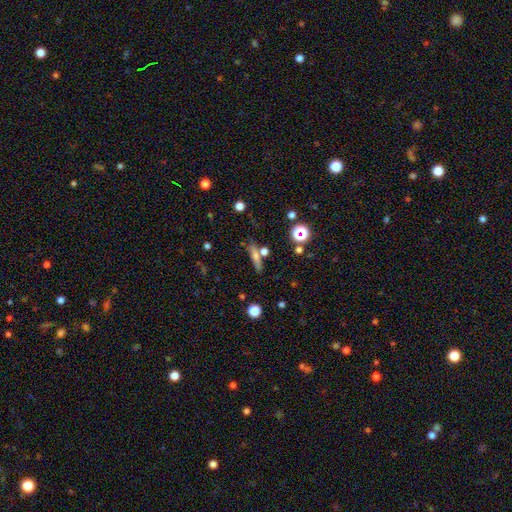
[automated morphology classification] Smooth or featured? smooth (59%)
How rounded? cigar-shaped (75%)
Merging? none (70%)